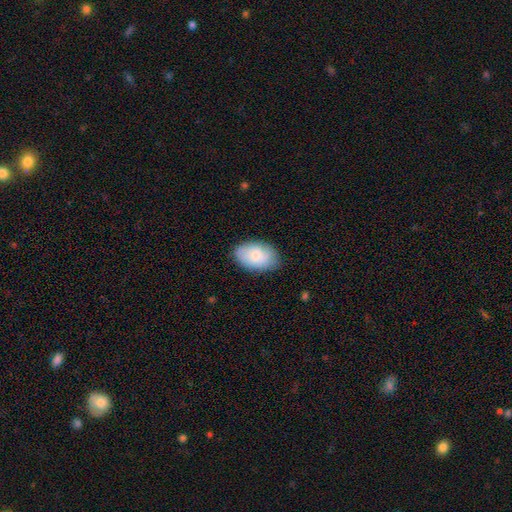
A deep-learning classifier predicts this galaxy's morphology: smooth 77%, featured or disk 17%, star or artifact 6%. Down the decision tree: how rounded — in between (92%); merging — none (80%).